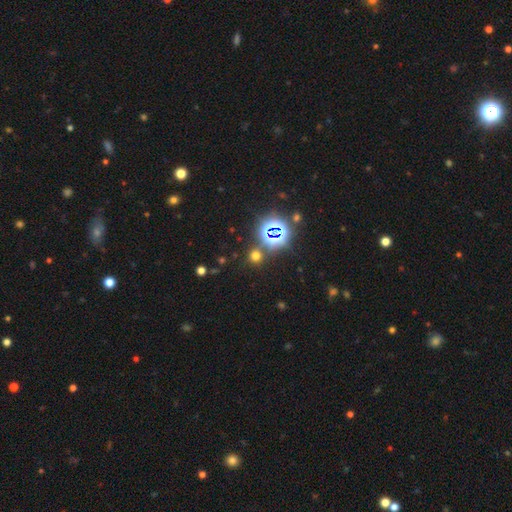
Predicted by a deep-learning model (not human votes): Overall: smooth (54%; star or artifact 39%). How rounded: round (89%). Merging: none (79%).